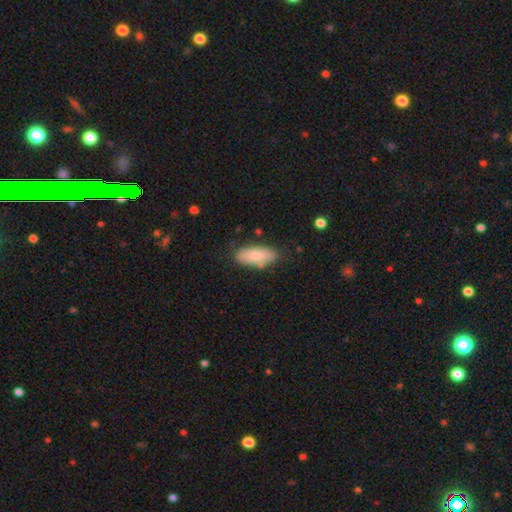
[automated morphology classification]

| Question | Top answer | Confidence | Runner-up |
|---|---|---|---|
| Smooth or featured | smooth | 81% | featured or disk (13%) |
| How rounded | in between | 85% | cigar-shaped (13%) |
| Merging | none | 77% | minor disturbance (17%) |